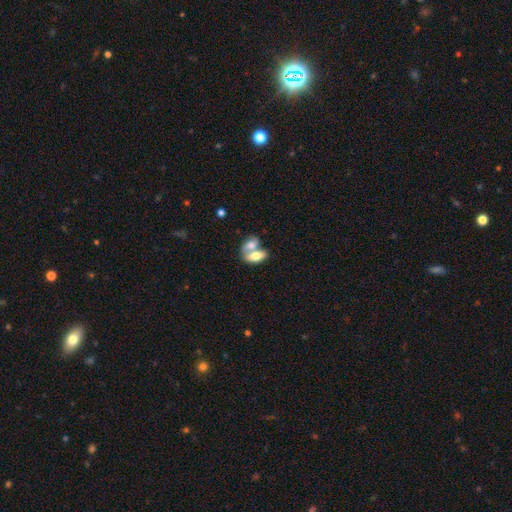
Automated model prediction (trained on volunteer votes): Q: Smooth or featured?
A: smooth (71%); runner-up: featured or disk (23%)
Q: How rounded?
A: in between (89%); runner-up: round (7%)
Q: Merging?
A: merger (72%); runner-up: none (18%)